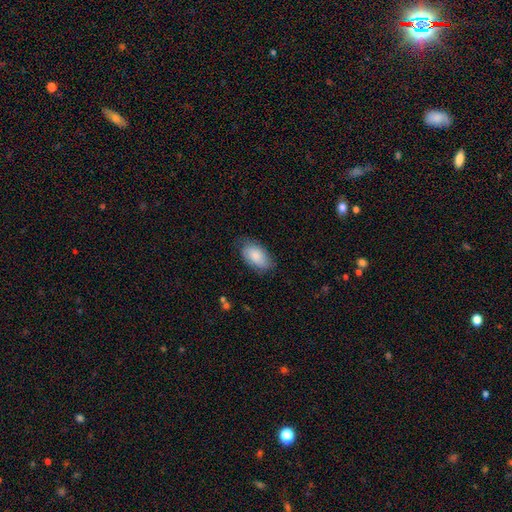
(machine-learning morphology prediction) A smooth galaxy with no disk features (82%) that is in between round and cigar-shaped (94%). Merging: none (71%).